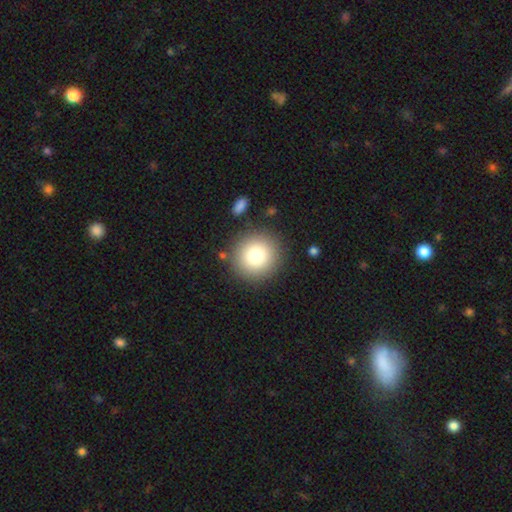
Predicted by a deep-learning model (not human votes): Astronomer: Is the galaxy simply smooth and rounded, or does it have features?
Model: smooth — 80%.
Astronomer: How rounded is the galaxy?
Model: round — 94%.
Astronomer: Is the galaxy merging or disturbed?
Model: none — 87%.